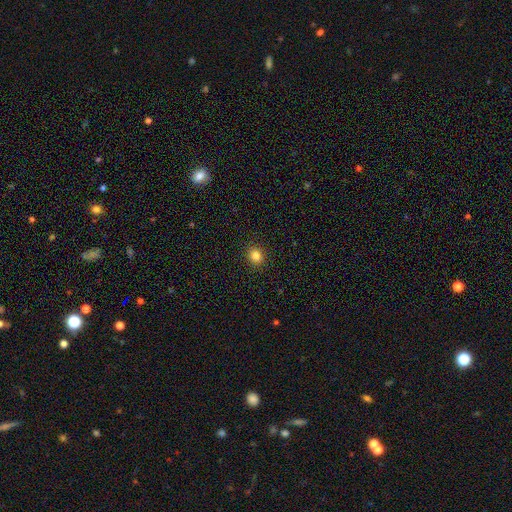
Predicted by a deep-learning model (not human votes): Smooth or featured: smooth — 84% (star or artifact — 12%)
How rounded: round — 72% (in between — 27%)
Merging: none — 91% (minor disturbance — 6%)